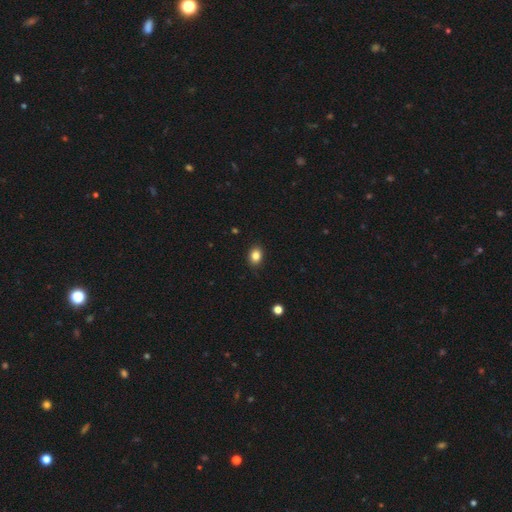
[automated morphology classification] type=smooth (84%); roundness=in between (58%); merging=none (89%).